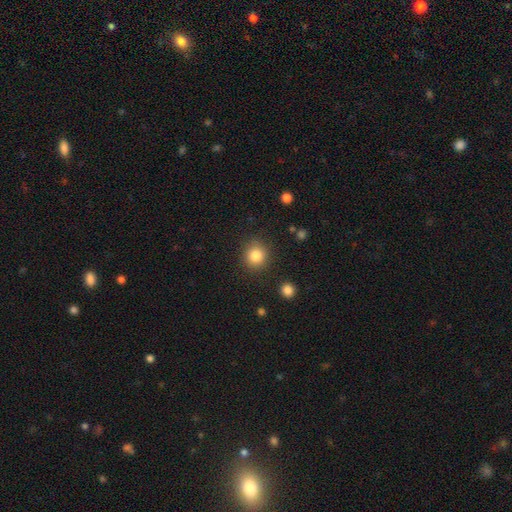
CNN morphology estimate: Overall: smooth (83%). How rounded: round (88%). Merging: none (88%).